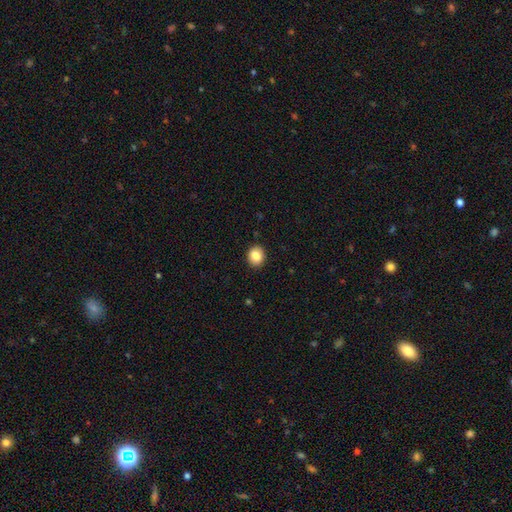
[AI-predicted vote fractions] Q: Smooth or featured?
A: smooth (85%); runner-up: star or artifact (9%)
Q: How rounded?
A: round (70%); runner-up: in between (29%)
Q: Merging?
A: none (91%); runner-up: minor disturbance (6%)